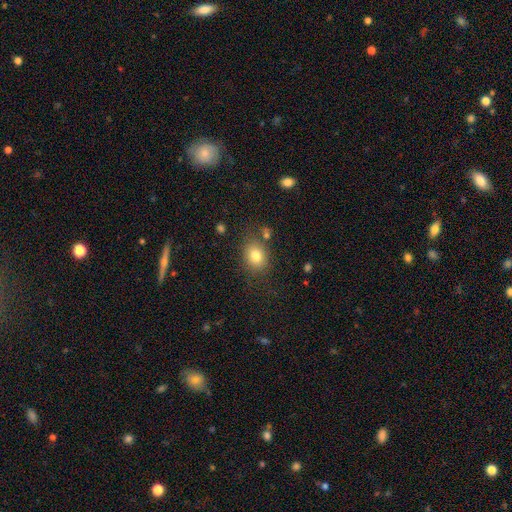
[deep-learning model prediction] Overall: smooth (80%). How rounded: in between (52%; round 47%). Merging: none (76%).